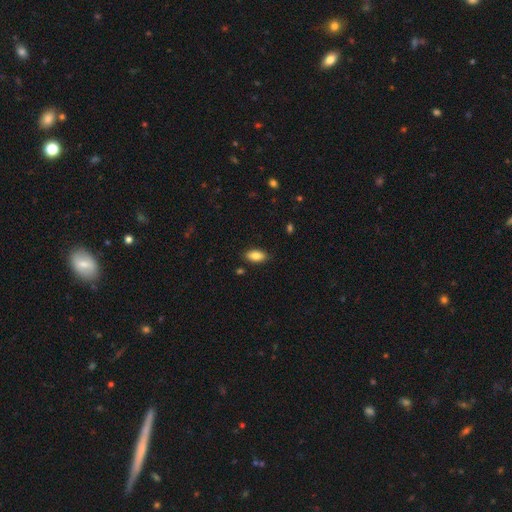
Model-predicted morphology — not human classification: A smooth galaxy with no disk features (85%) that is in between round and cigar-shaped (90%).

Vote fractions:
- Smooth or featured? smooth: 85% / featured or disk: 7% / star or artifact: 7%
- How rounded? in between: 90% / cigar-shaped: 7% / round: 3%
- Merging? none: 86% / minor disturbance: 10% / major disturbance: 2% / merger: 1%